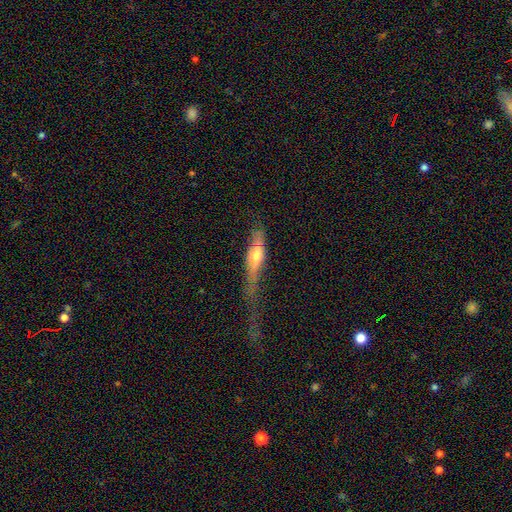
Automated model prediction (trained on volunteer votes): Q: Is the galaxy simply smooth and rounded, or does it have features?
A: smooth — 51%.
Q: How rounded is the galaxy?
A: cigar-shaped — 62%.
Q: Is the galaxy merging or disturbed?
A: major disturbance — 40%.